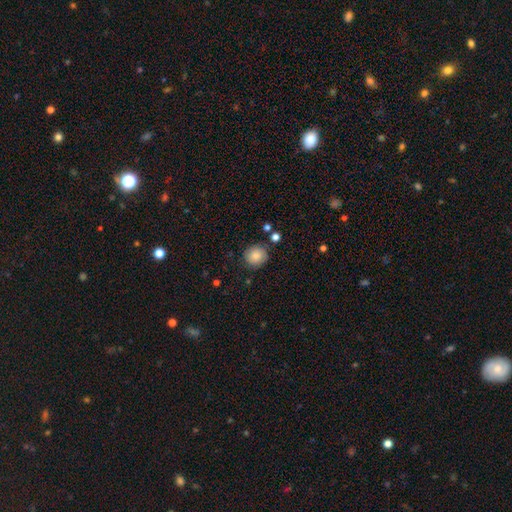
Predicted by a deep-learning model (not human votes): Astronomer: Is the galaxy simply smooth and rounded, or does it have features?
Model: smooth — 84%.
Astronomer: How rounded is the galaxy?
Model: round — 85%.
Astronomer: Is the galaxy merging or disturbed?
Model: none — 82%.